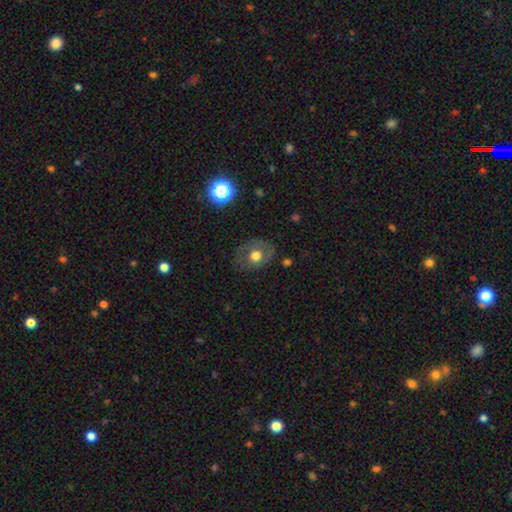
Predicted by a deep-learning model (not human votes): A smooth galaxy with no disk features (60%) that is round (52%).

Vote fractions:
- Smooth or featured? smooth: 60% / featured or disk: 28% / star or artifact: 11%
- How rounded? round: 52% / in between: 47% / cigar-shaped: 1%
- Merging? none: 75% / minor disturbance: 16% / major disturbance: 7% / merger: 1%